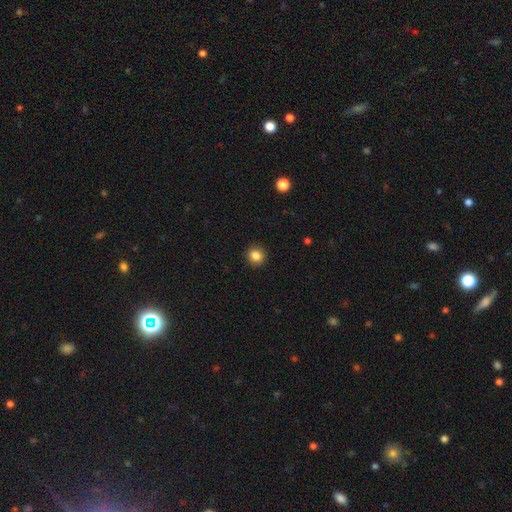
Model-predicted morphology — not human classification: A smooth galaxy with no disk features (85%) that is round (87%). Merging: none (91%).